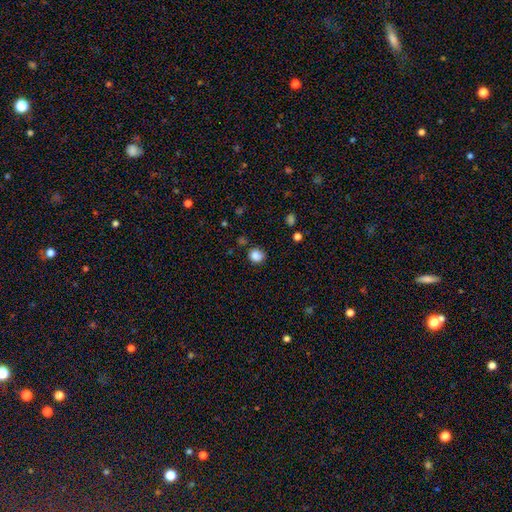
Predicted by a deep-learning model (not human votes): Smooth or featured? smooth (85%)
How rounded? round (86%)
Merging? none (81%)